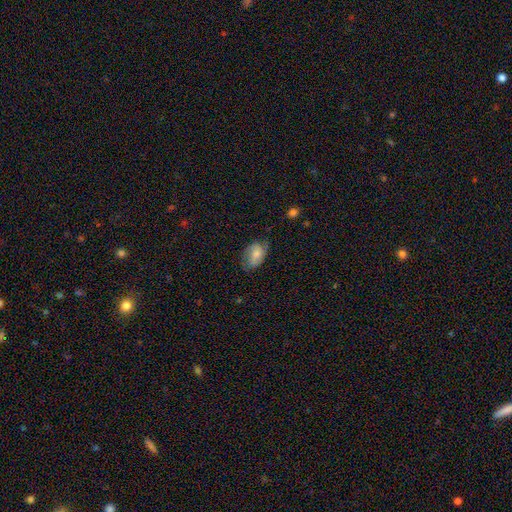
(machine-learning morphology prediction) Q: Smooth or featured?
A: smooth (53%); runner-up: featured or disk (38%)
Q: How rounded?
A: in between (86%); runner-up: round (12%)
Q: Merging?
A: none (63%); runner-up: minor disturbance (27%)